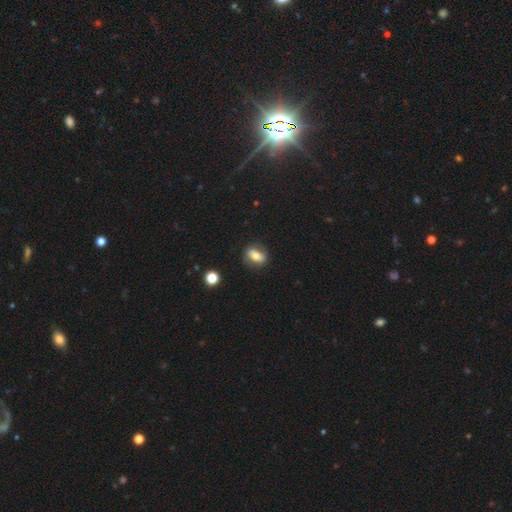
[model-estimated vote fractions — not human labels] smooth_or_featured: smooth (p=0.64) [alt: featured or disk p=0.27]
how_rounded: in between (p=0.74) [alt: round p=0.16]
merging: none (p=0.82) [alt: minor disturbance p=0.13]